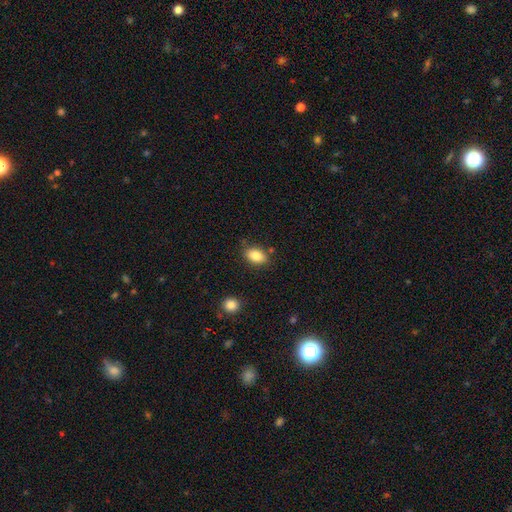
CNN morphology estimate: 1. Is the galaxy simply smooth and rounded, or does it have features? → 87% smooth, 8% star or artifact, 6% featured or disk.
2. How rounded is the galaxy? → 87% in between, 11% round, 2% cigar-shaped.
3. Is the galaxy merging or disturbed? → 78% none, 14% minor disturbance, 4% merger, 4% major disturbance.